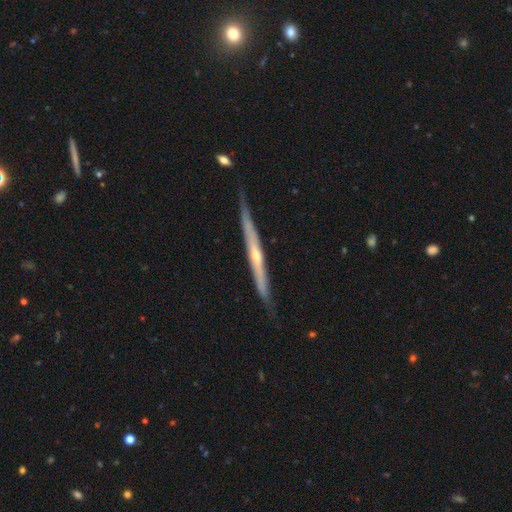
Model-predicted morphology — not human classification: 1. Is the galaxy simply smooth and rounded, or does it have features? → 76% featured or disk, 19% smooth, 5% star or artifact.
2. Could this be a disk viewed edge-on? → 96% yes, 4% no.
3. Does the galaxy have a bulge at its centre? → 62% rounded, 34% none, 4% boxy.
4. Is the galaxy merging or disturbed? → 81% none, 16% minor disturbance, 2% major disturbance, 2% merger.